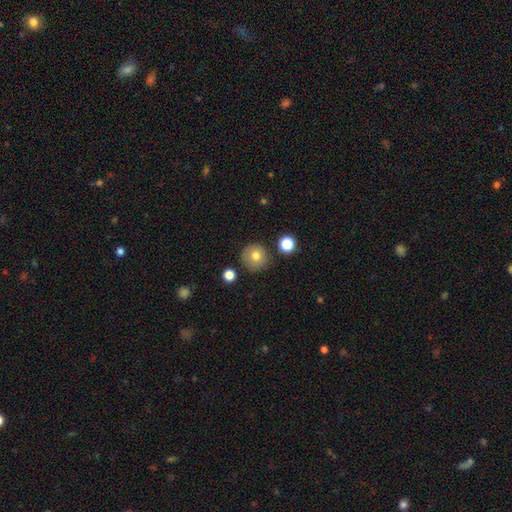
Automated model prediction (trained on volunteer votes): smooth 78%, featured or disk 11%, star or artifact 11%. Down the decision tree: how rounded — round (94%); merging — none (85%).